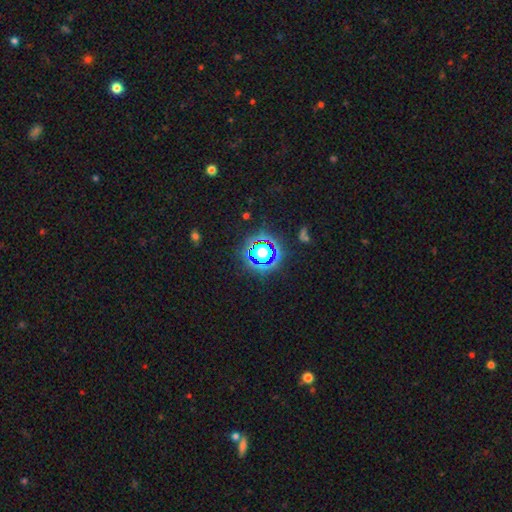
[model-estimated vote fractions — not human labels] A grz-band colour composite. It shows a star or artifact, not a galaxy (66%).